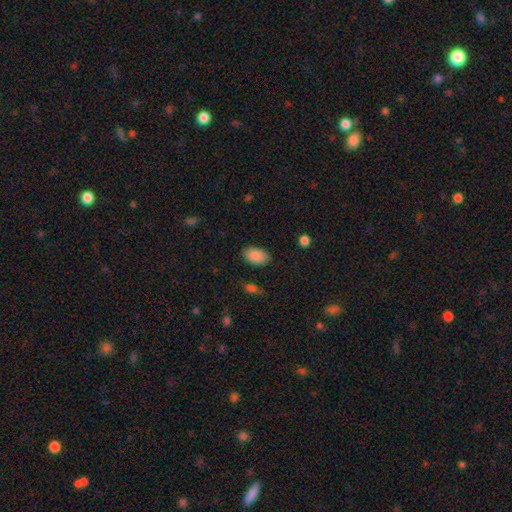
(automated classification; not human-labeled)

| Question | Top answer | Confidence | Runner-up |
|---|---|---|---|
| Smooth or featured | smooth | 88% | star or artifact (7%) |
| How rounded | in between | 91% | round (7%) |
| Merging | none | 84% | minor disturbance (12%) |